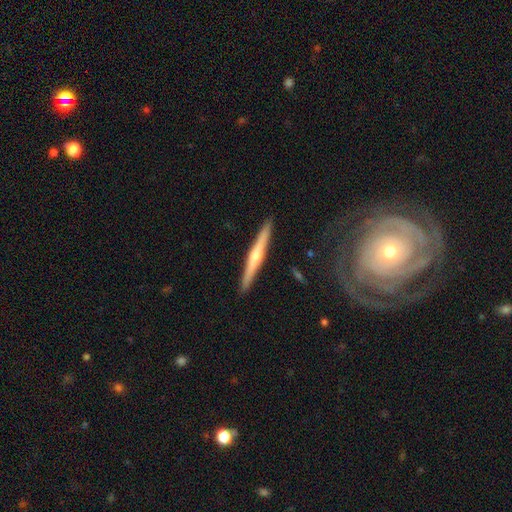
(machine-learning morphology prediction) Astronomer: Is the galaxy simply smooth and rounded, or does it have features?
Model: featured or disk — 68%.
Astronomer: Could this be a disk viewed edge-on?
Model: yes — 97%.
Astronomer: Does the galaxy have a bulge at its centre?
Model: rounded — 80%.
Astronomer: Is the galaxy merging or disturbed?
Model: none — 91%.